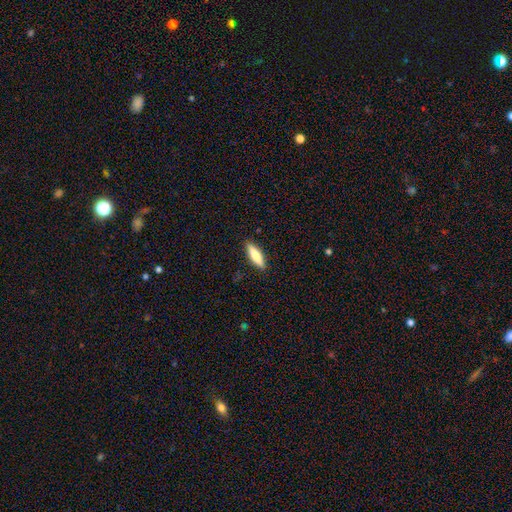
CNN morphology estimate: Smooth or featured? smooth (72%)
How rounded? cigar-shaped (64%)
Merging? none (90%)